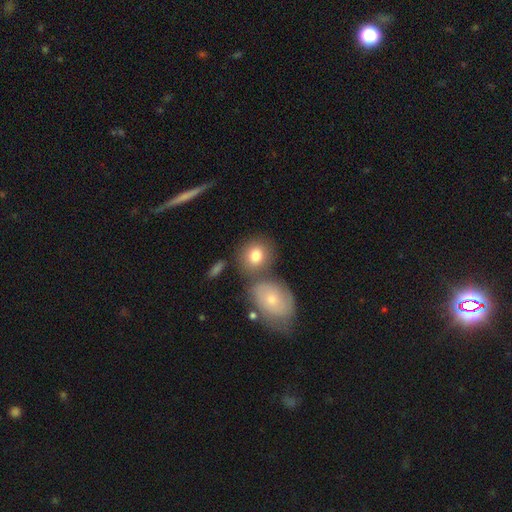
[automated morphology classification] smooth_or_featured: smooth (p=0.79) [alt: featured or disk p=0.13]
how_rounded: round (p=0.68) [alt: in between p=0.31]
merging: none (p=0.60) [alt: merger p=0.24]